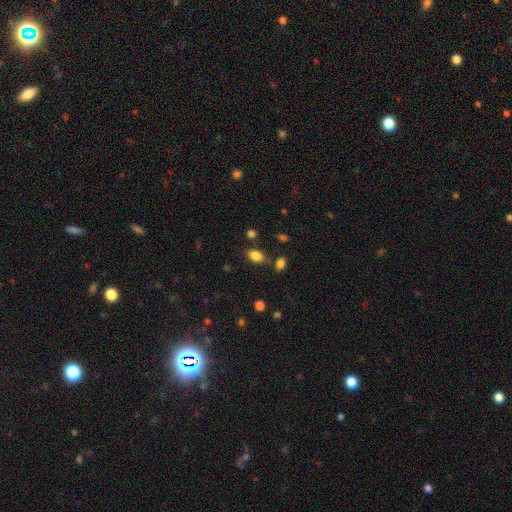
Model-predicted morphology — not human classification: Smooth or featured?
  - smooth: 84% *
  - star or artifact: 10%
  - featured or disk: 5%
How rounded?
  - in between: 88% *
  - round: 10%
  - cigar-shaped: 2%
Merging?
  - none: 79% *
  - minor disturbance: 12%
  - merger: 6%
  - major disturbance: 3%